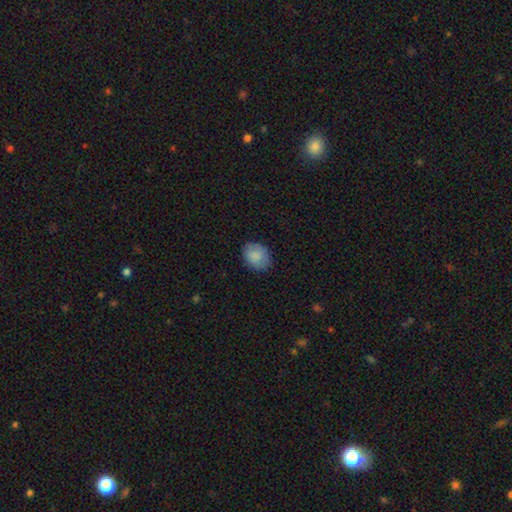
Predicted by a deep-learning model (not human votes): A smooth galaxy with no disk features (85%) that is in between round and cigar-shaped (65%). Merging: none (80%).